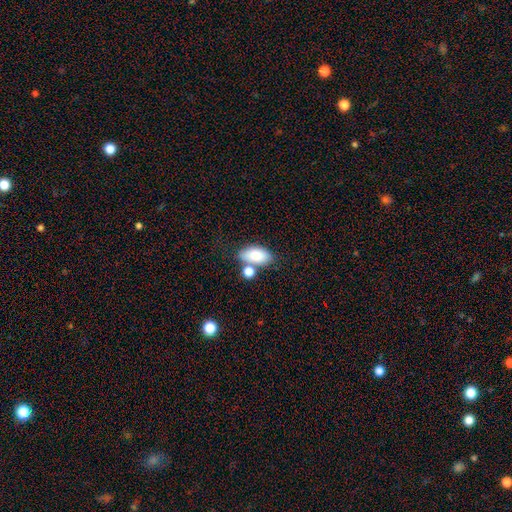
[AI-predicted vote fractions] A smooth galaxy with no disk features (79%) that is in between round and cigar-shaped (90%). Merging: none (59%).